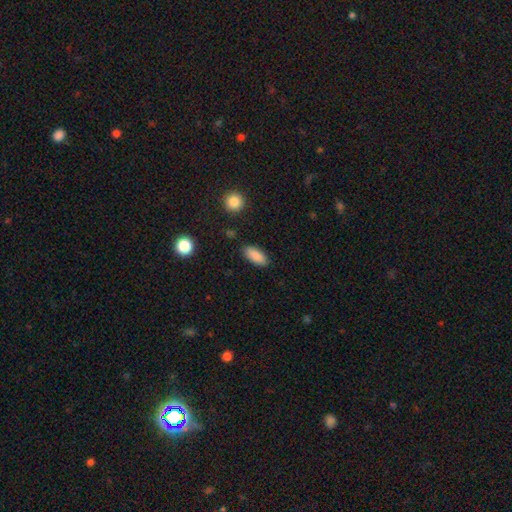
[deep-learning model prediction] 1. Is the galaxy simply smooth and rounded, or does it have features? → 88% smooth, 7% star or artifact, 5% featured or disk.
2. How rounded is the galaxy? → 86% in between, 12% cigar-shaped, 2% round.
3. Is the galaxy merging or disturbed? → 86% none, 10% minor disturbance, 2% major disturbance, 2% merger.